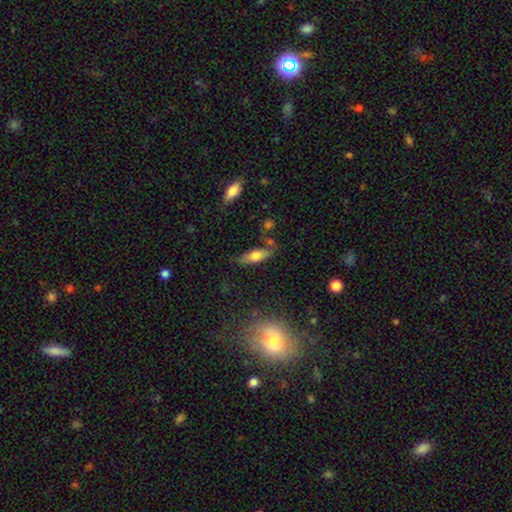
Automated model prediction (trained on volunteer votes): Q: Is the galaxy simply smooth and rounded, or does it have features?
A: smooth — 60%.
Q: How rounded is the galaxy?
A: in between — 56%.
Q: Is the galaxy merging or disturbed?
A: none — 69%.